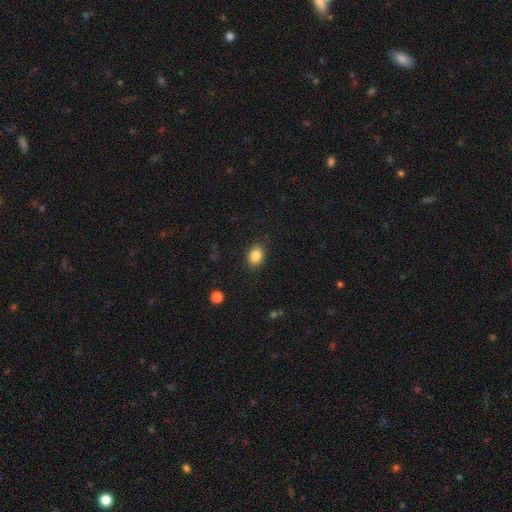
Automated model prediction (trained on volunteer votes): Q: Smooth or featured?
A: smooth (86%); runner-up: star or artifact (9%)
Q: How rounded?
A: in between (73%); runner-up: round (26%)
Q: Merging?
A: none (87%); runner-up: minor disturbance (9%)